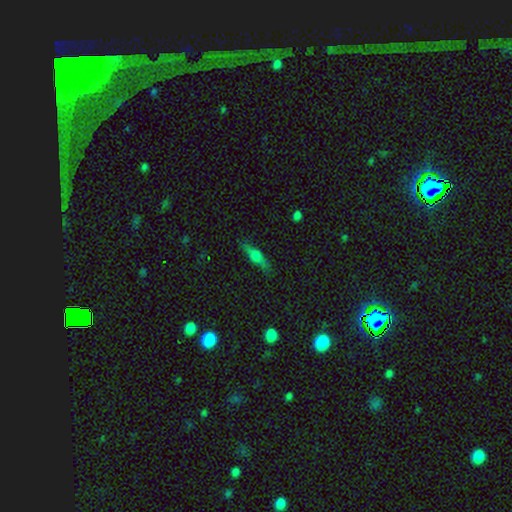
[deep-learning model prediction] Smooth or featured: smooth — 49% (featured or disk — 40%)
Merging: none — 80% (minor disturbance — 15%)